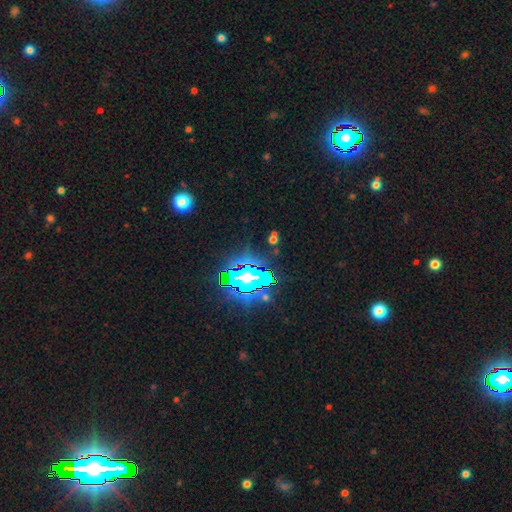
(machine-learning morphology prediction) Overall: star or artifact (83%).